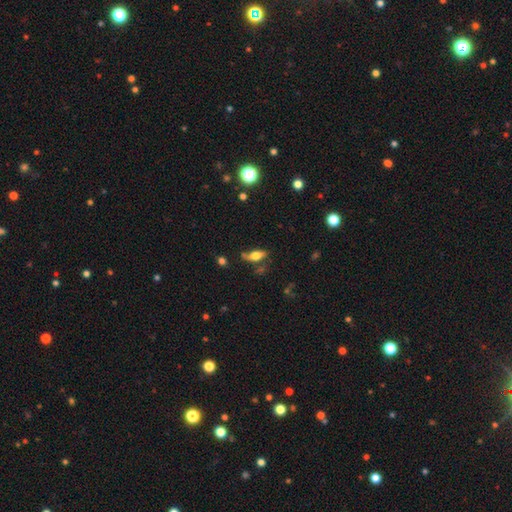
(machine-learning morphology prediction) Smooth or featured? smooth (55%)
How rounded? in between (67%)
Merging? none (67%)